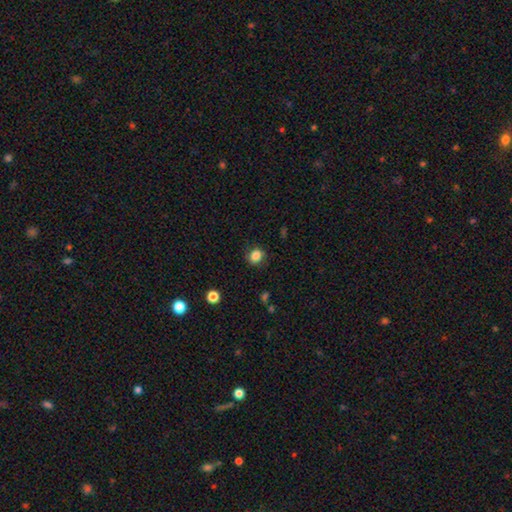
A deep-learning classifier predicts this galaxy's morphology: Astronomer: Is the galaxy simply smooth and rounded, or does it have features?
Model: smooth — 84%.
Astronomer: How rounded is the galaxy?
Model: round — 69%.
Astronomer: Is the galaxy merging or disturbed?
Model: none — 83%.